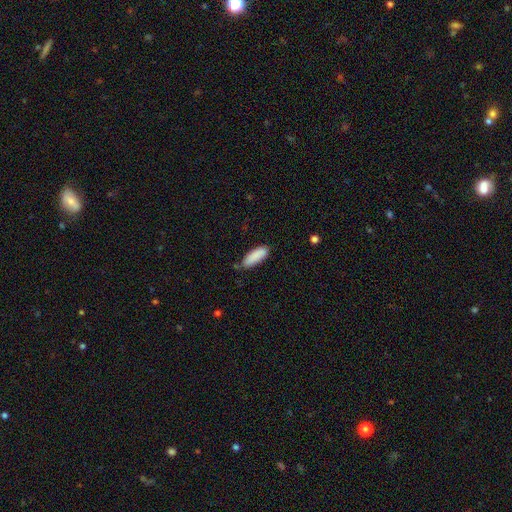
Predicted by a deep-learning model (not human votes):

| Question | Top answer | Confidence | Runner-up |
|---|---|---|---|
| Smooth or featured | smooth | 88% | star or artifact (6%) |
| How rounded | in between | 62% | cigar-shaped (37%) |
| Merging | none | 65% | minor disturbance (27%) |